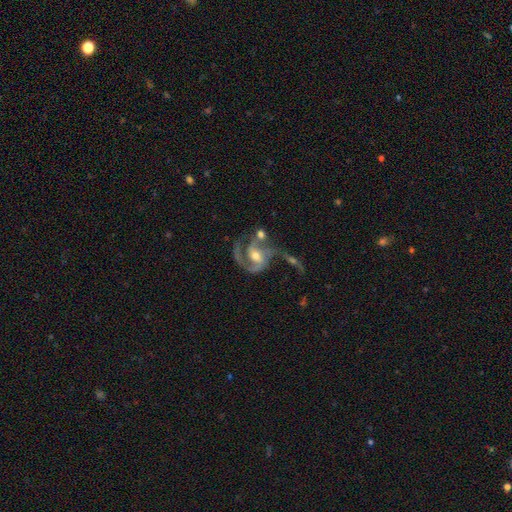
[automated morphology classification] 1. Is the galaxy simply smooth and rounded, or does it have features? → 89% featured or disk, 6% smooth, 6% star or artifact.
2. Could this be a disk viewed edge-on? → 98% no, 2% yes.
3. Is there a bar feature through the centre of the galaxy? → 42% weak, 39% no, 20% strong.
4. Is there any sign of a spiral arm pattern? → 97% yes, 3% no.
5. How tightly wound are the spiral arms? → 54% medium, 24% loose, 22% tight.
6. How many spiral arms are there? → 70% 2, 12% 3, 9% 1, 5% can't tell, 2% 4, 2% more than 4.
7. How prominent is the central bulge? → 65% moderate, 26% small, 6% large, 2% none, 1% dominant.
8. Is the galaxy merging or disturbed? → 38% none, 23% major disturbance, 22% merger, 16% minor disturbance.